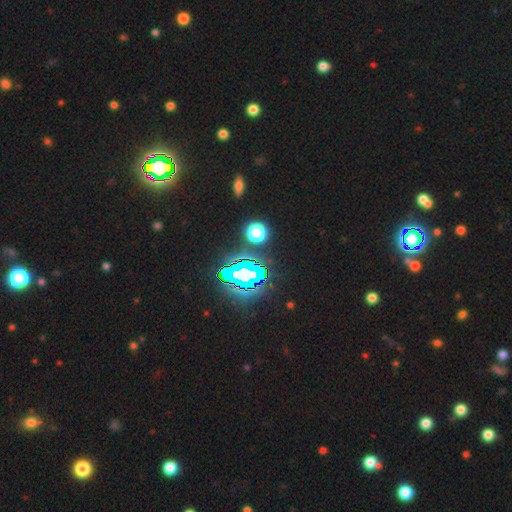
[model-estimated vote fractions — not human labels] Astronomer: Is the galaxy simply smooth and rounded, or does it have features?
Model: star or artifact — 83%.